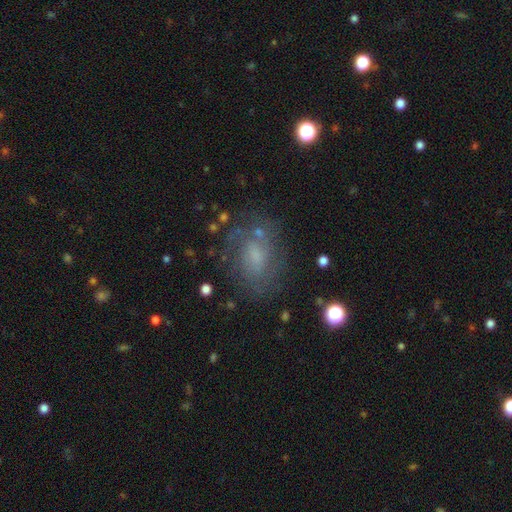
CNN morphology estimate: featured or disk 53%, smooth 33%, star or artifact 14%. Down the decision tree: edge-on disk — no (96%); bar — no (58%); spiral arms — yes (75%); bulge size — small (34%); merging — none (68%).